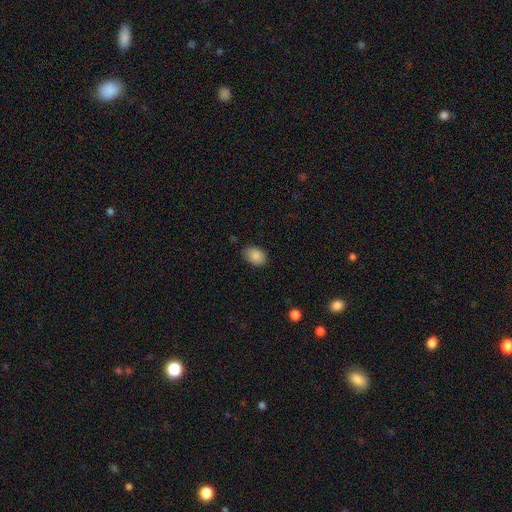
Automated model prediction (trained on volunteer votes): Overall: smooth (88%). How rounded: in between (80%). Merging: none (80%).